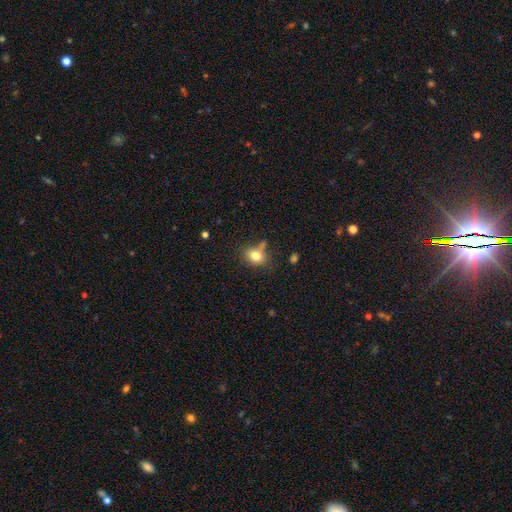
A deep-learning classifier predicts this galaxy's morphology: Overall: smooth (79%). How rounded: in between (53%; round 46%). Merging: none (64%).